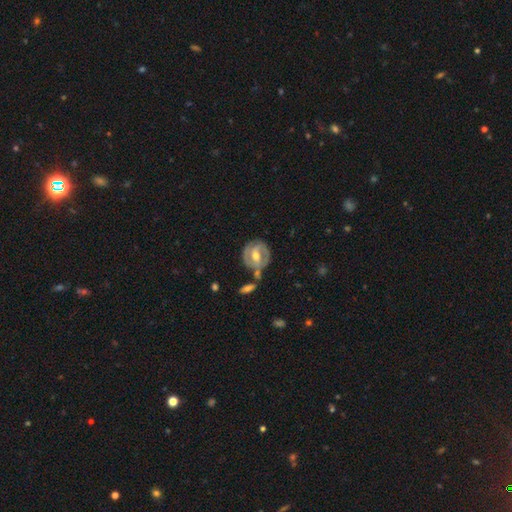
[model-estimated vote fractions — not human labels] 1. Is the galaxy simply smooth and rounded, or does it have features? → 79% featured or disk, 16% smooth, 5% star or artifact.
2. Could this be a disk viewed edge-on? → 96% no, 4% yes.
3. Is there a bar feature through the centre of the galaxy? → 45% weak, 31% strong, 24% no.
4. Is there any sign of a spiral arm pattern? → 87% yes, 13% no.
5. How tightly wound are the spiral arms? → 54% tight, 36% medium, 9% loose.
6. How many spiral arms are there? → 77% 2, 12% can't tell, 5% 3, 4% 1, 1% 4, 1% more than 4.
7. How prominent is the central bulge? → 72% moderate, 22% small, 4% large, 1% none, 1% dominant.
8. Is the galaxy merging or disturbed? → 64% none, 18% minor disturbance, 11% merger, 6% major disturbance.